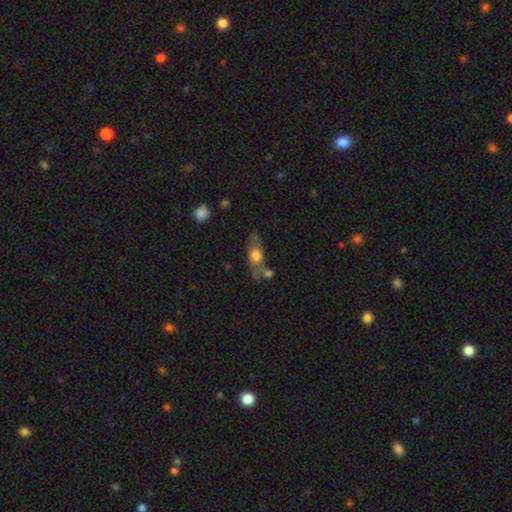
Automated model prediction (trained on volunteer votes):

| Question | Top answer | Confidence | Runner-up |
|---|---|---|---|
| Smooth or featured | smooth | 52% | featured or disk (41%) |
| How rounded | in between | 63% | cigar-shaped (26%) |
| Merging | none | 52% | minor disturbance (20%) |